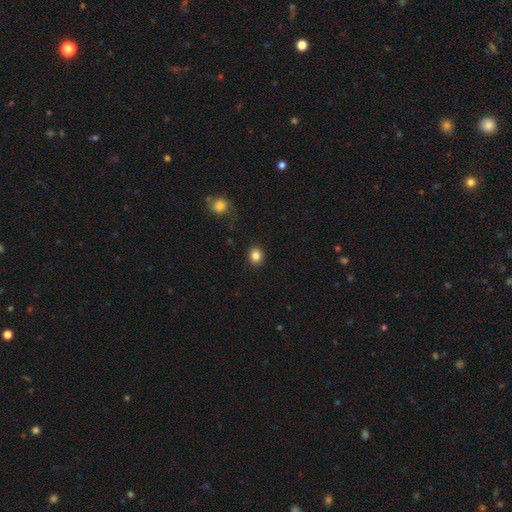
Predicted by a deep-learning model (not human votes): Overall: smooth (85%). How rounded: round (75%). Merging: none (90%).